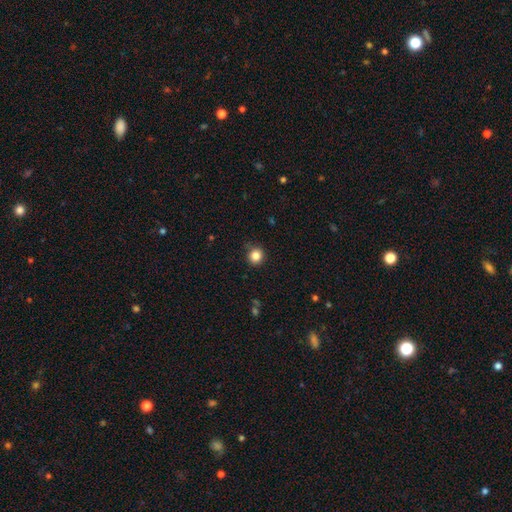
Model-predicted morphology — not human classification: A smooth galaxy with no disk features (84%) that is round (91%).

Vote fractions:
- Smooth or featured? smooth: 84% / star or artifact: 11% / featured or disk: 4%
- How rounded? round: 91% / in between: 8% / cigar-shaped: 1%
- Merging? none: 85% / minor disturbance: 11% / major disturbance: 3% / merger: 1%